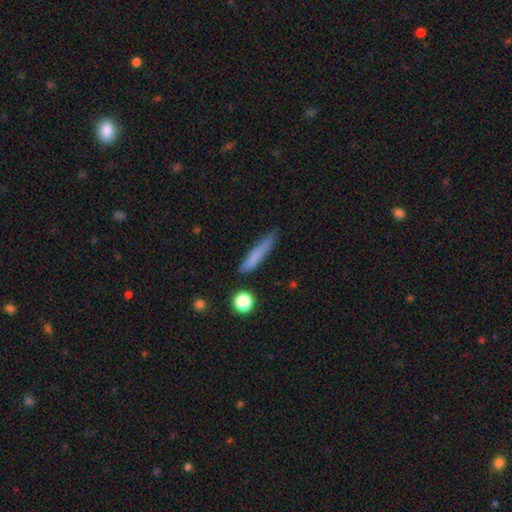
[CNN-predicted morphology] This appears to be a smooth galaxy with no disk features (75%) that is cigar-shaped (90%). Merging: none (74%).